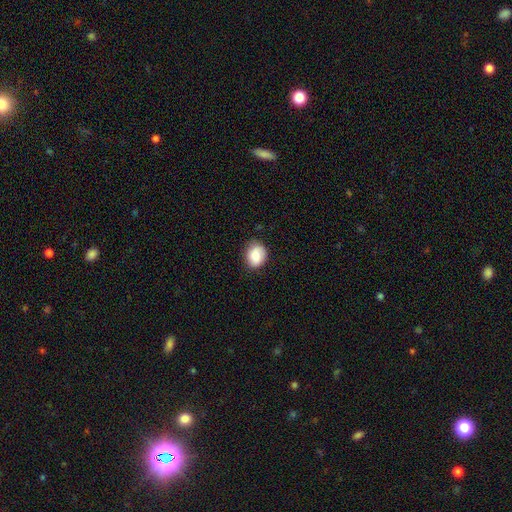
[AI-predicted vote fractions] Smooth or featured? Predicted: smooth (p=0.82). How rounded? Predicted: round (p=0.57). Merging? Predicted: none (p=0.79).